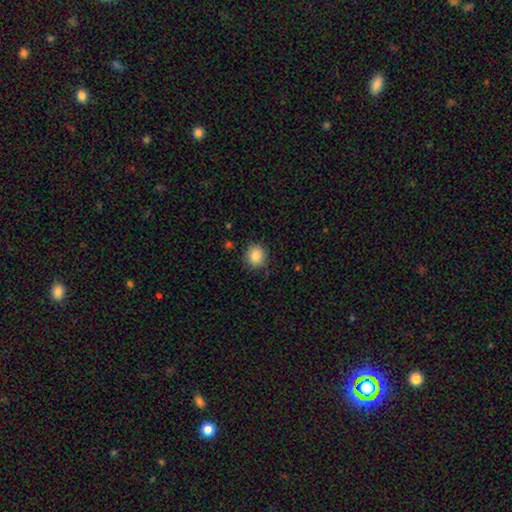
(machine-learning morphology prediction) Smooth or featured? Predicted: smooth (p=0.86). How rounded? Predicted: round (p=0.84). Merging? Predicted: none (p=0.85).